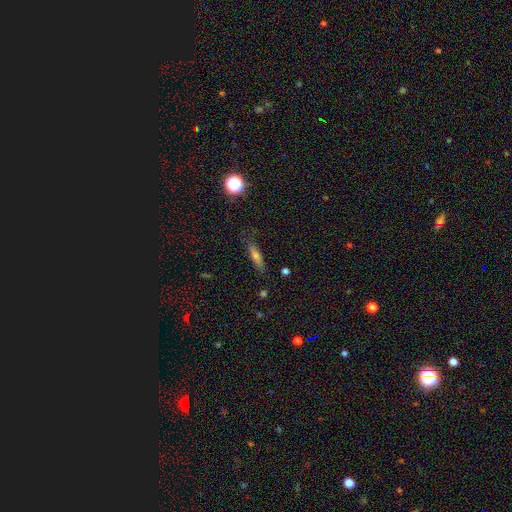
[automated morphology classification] Smooth or featured? Predicted: smooth (p=0.56). How rounded? Predicted: cigar-shaped (p=0.75). Merging? Predicted: none (p=0.80).